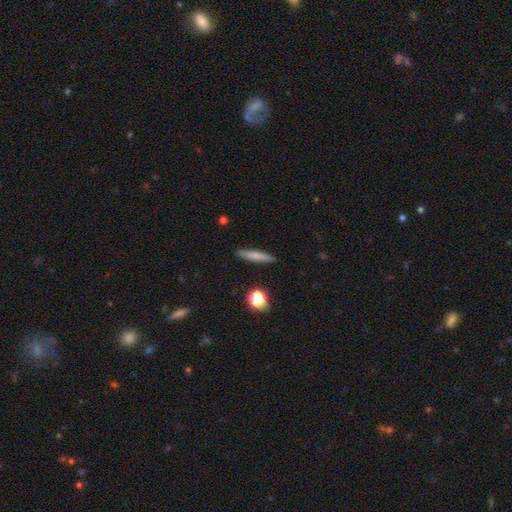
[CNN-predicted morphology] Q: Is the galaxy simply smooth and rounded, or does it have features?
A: smooth — 75%.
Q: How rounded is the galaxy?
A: cigar-shaped — 87%.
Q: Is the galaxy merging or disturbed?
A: none — 88%.